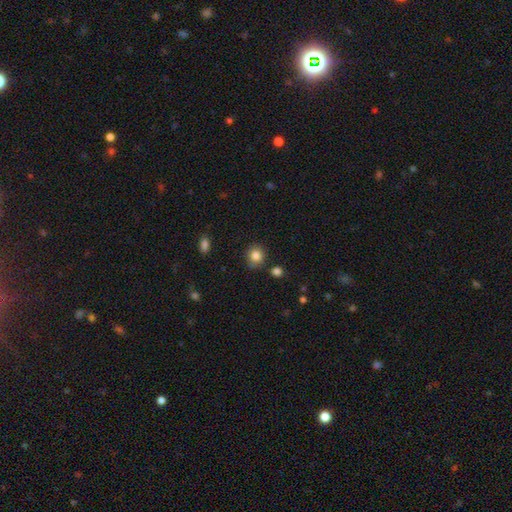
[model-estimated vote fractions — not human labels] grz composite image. It shows a smooth galaxy with no disk features (84%) that is round (81%). Merging: none (79%).